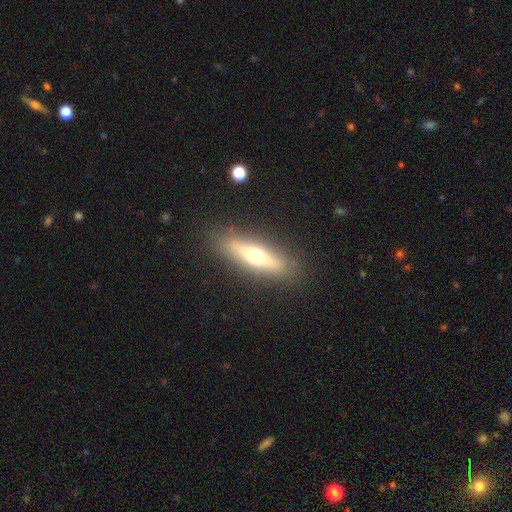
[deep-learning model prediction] Q: Smooth or featured?
A: featured or disk (48%); runner-up: smooth (46%)
Q: Merging?
A: none (87%); runner-up: minor disturbance (9%)